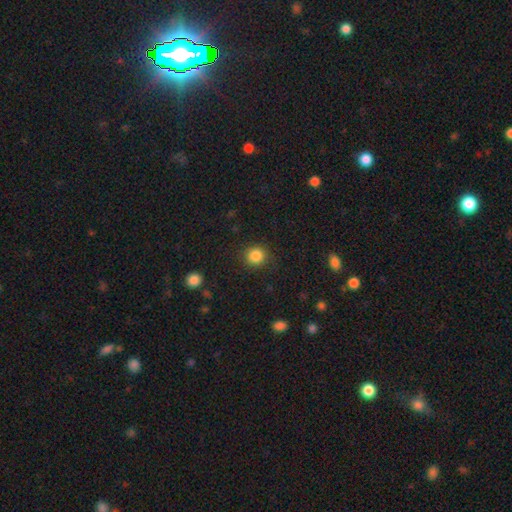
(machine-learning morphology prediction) A smooth galaxy with no disk features (85%) that is round (89%).

Vote fractions:
- Smooth or featured? smooth: 85% / star or artifact: 11% / featured or disk: 4%
- How rounded? round: 89% / in between: 10% / cigar-shaped: 1%
- Merging? none: 87% / minor disturbance: 8% / major disturbance: 3% / merger: 1%